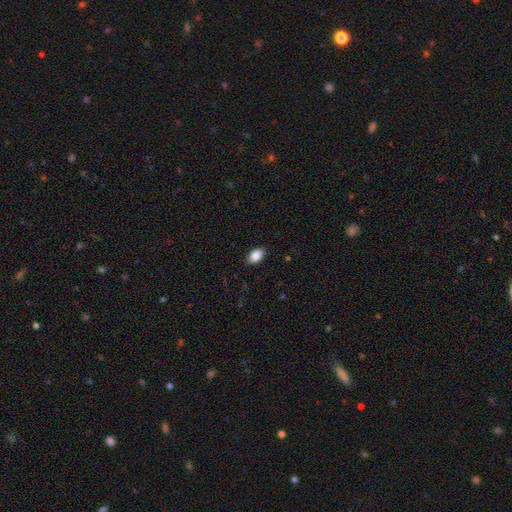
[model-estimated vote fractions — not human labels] This is clearly a smooth galaxy (87%). How rounded: clearly in between (92%). Merging: clearly none (87%).